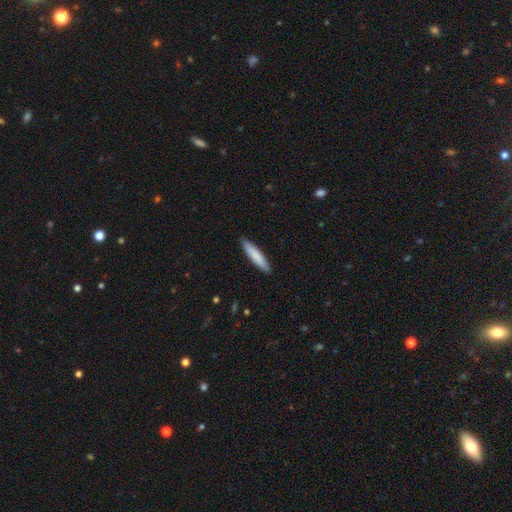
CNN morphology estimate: A smooth galaxy with no disk features (83%) that is cigar-shaped (84%).

Vote fractions:
- Smooth or featured? smooth: 83% / featured or disk: 12% / star or artifact: 5%
- How rounded? cigar-shaped: 84% / in between: 15% / round: 1%
- Merging? none: 89% / minor disturbance: 8% / major disturbance: 1% / merger: 1%